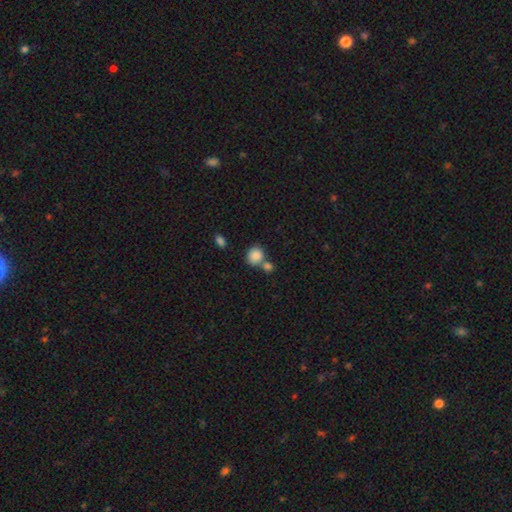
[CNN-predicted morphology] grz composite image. It shows a smooth galaxy with no disk features (86%) that is round (79%). Merging: none (52%).